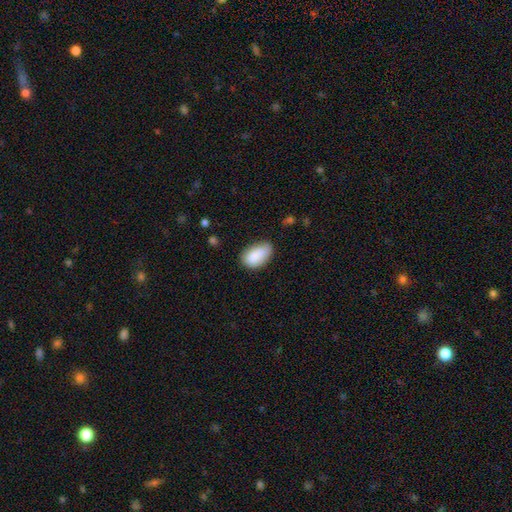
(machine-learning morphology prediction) Smooth or featured? Predicted: smooth (p=0.85). How rounded? Predicted: in between (p=0.93). Merging? Predicted: none (p=0.63).